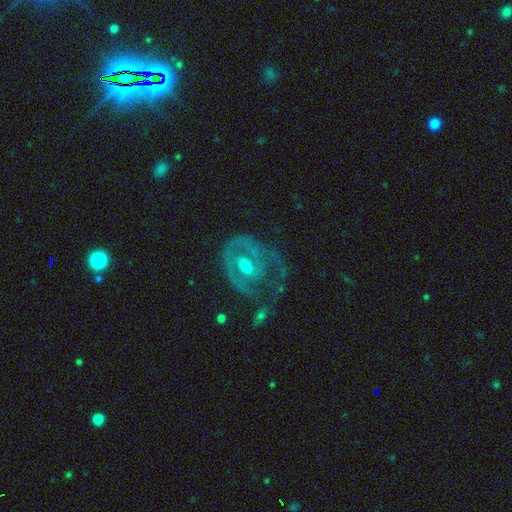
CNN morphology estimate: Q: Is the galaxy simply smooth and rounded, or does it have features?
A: featured or disk — 76%.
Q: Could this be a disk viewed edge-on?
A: no — 96%.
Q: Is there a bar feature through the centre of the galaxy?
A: no — 53%.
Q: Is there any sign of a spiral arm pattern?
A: yes — 65%.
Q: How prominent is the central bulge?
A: moderate — 61%.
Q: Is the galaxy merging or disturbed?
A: none — 47%.